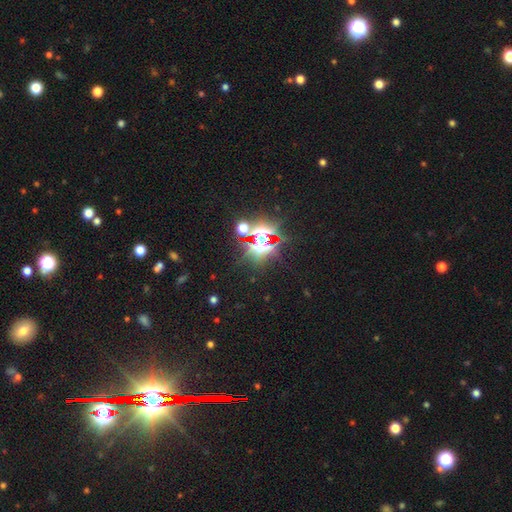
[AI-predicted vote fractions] This is clearly a star or artifact rather than a galaxy (82%).